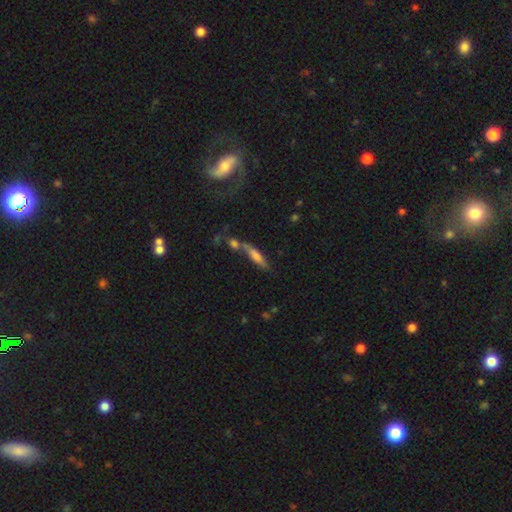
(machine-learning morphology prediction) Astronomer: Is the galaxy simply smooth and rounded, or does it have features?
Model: smooth — 61%.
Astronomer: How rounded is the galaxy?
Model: cigar-shaped — 73%.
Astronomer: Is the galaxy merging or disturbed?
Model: none — 39% (runner-up: merger, 37%).